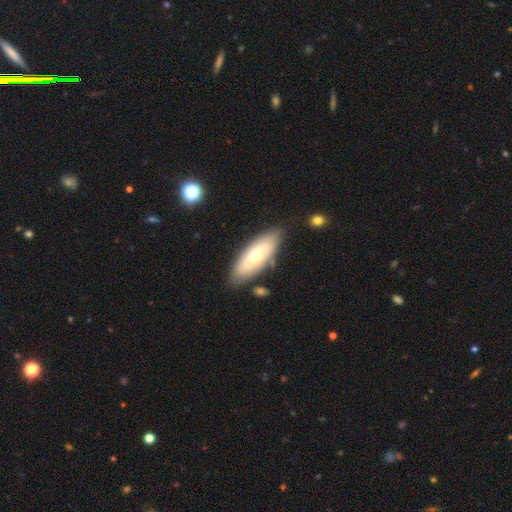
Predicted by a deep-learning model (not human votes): Morphology: type=smooth (53%); roundness=in between (66%); merging=none (82%).